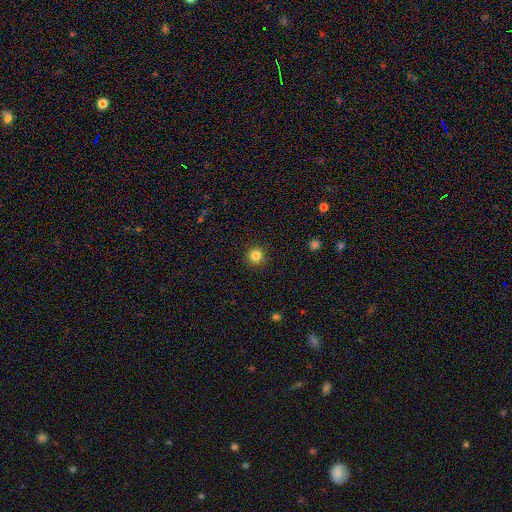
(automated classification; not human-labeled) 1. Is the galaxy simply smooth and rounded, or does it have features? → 84% smooth, 12% star or artifact, 4% featured or disk.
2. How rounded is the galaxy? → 96% round, 3% in between, 1% cigar-shaped.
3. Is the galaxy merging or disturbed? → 92% none, 5% minor disturbance, 2% major disturbance, 1% merger.